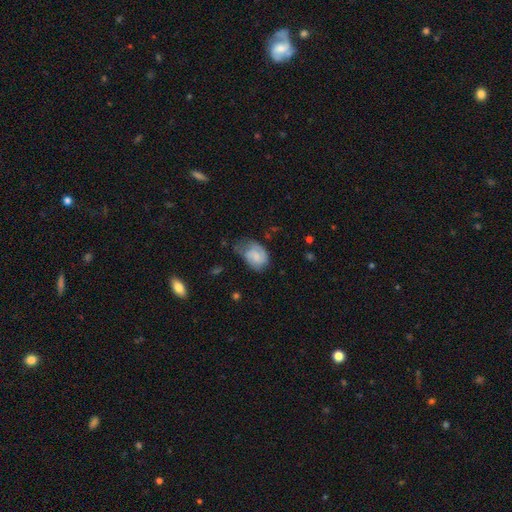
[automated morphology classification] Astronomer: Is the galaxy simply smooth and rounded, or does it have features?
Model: smooth — 64%.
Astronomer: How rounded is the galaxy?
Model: in between — 72%.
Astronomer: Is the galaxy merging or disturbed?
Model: minor disturbance — 39% (runner-up: none, 35%).